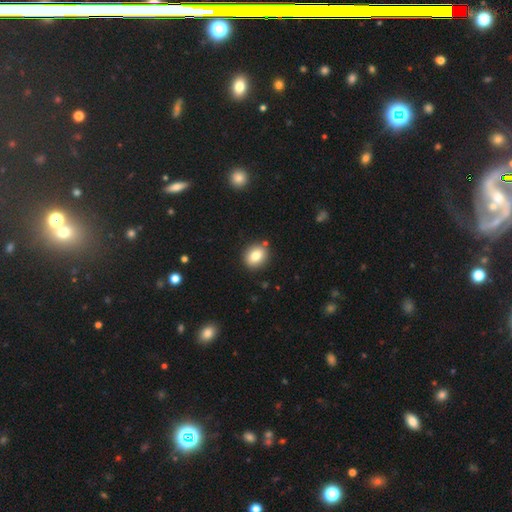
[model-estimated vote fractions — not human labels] The model was most divided on "how rounded": round: 63%, in between: 36%, cigar-shaped: 1%. More confident: merging — none (87%); smooth or featured — smooth (81%).